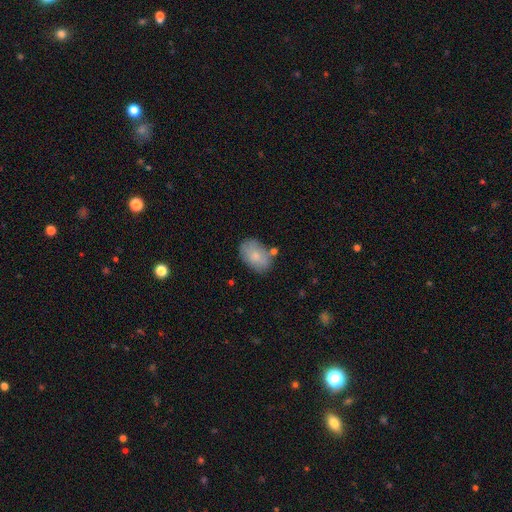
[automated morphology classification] This appears to be a smooth galaxy with no disk features (79%) that is in between round and cigar-shaped (87%). Merging: none (69%).